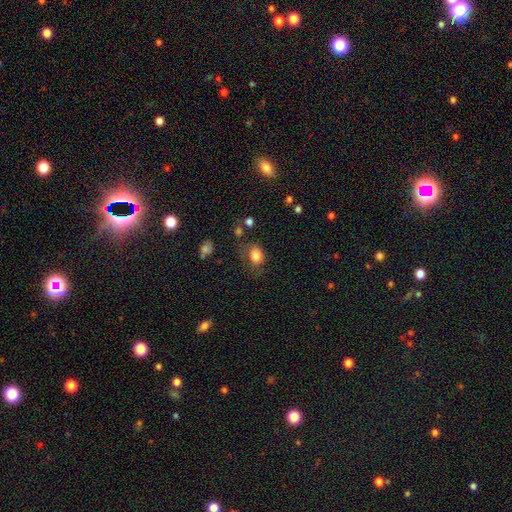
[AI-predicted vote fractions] Smooth or featured? Predicted: smooth (p=0.81). How rounded? Predicted: in between (p=0.71). Merging? Predicted: none (p=0.57).